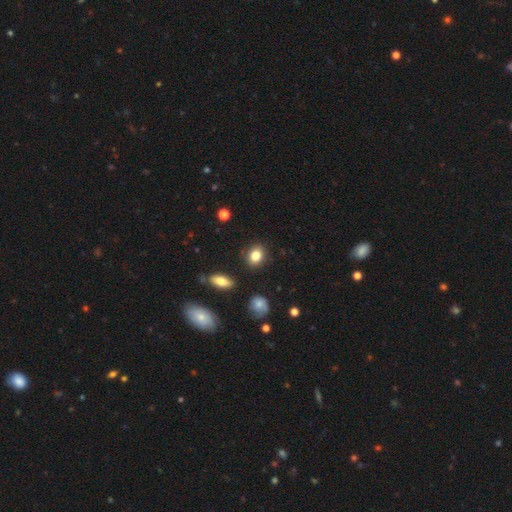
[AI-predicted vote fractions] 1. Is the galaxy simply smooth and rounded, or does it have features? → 83% smooth, 9% star or artifact, 7% featured or disk.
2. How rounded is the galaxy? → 50% in between, 48% round, 1% cigar-shaped.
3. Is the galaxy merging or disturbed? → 86% none, 9% minor disturbance, 3% major disturbance, 2% merger.